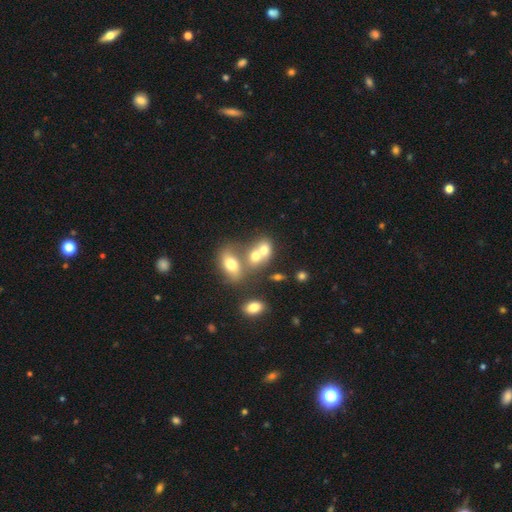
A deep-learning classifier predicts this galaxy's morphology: Smooth or featured: smooth — 67% (featured or disk — 21%)
How rounded: in between — 59% (round — 39%)
Merging: merger — 62% (none — 24%)